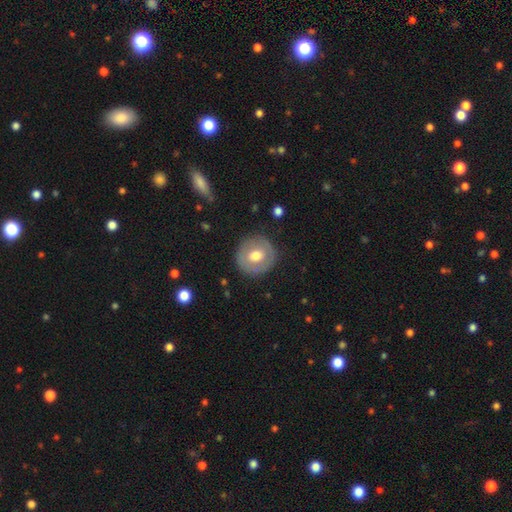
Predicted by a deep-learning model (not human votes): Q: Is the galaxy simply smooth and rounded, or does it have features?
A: smooth — 58%.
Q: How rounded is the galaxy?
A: round — 91%.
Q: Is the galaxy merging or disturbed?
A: none — 86%.